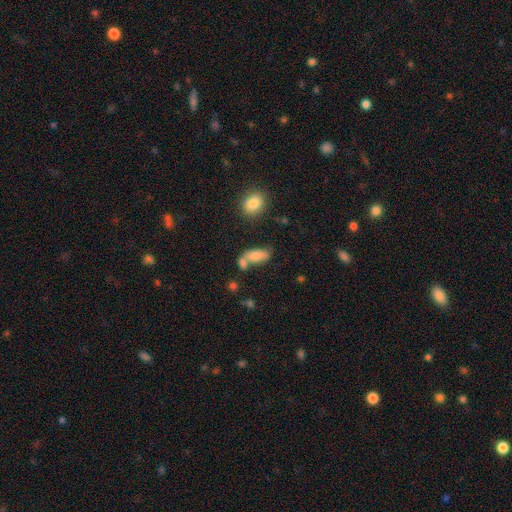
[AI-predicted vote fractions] smooth_or_featured: smooth (p=0.76) [alt: featured or disk p=0.15]
how_rounded: in between (p=0.84) [alt: cigar-shaped p=0.12]
merging: none (p=0.43) [alt: merger p=0.35]